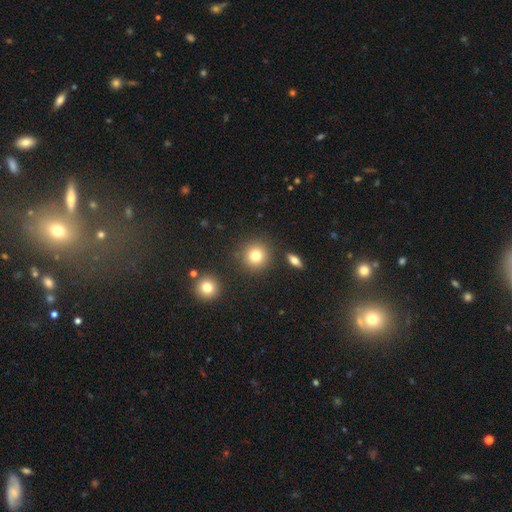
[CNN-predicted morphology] A smooth galaxy with no disk features (81%) that is round (93%). Merging: none (86%).